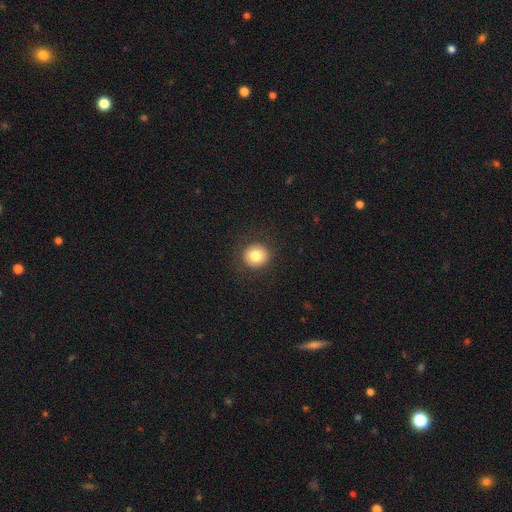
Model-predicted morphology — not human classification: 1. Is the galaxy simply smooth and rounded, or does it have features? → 81% smooth, 10% star or artifact, 9% featured or disk.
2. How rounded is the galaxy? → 93% round, 6% in between, 1% cigar-shaped.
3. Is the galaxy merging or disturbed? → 91% none, 6% minor disturbance, 2% major disturbance, 1% merger.